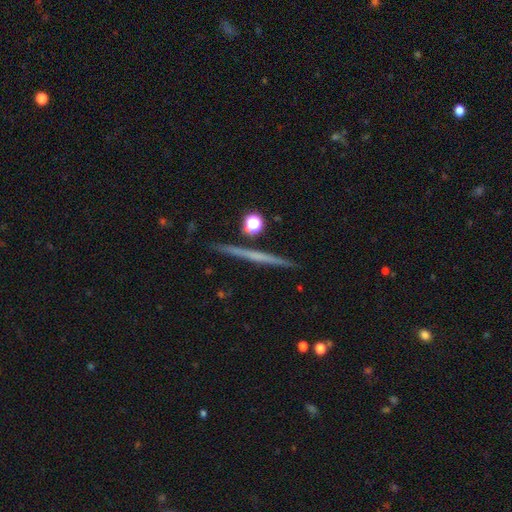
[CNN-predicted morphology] This is possibly a featured or disk galaxy (60%). It is clearly viewed edge-on (97%). Edge-on bulge: clearly none (83%). Merging: clearly none (90%).